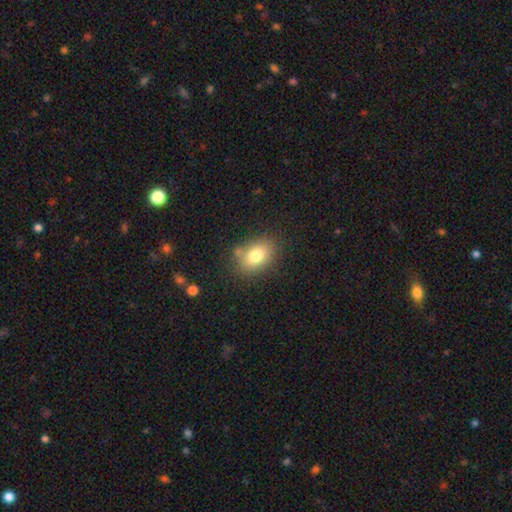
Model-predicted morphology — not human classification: Smooth or featured?
  - smooth: 78% *
  - featured or disk: 11%
  - star or artifact: 10%
How rounded?
  - in between: 76% *
  - round: 23%
  - cigar-shaped: 1%
Merging?
  - none: 77% *
  - minor disturbance: 15%
  - major disturbance: 4%
  - merger: 4%